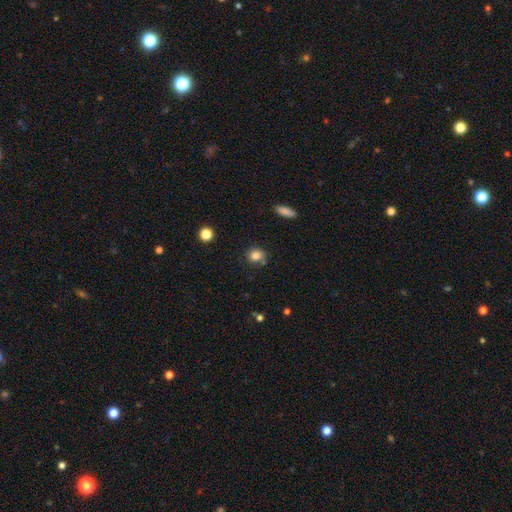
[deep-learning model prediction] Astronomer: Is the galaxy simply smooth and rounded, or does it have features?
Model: smooth — 83%.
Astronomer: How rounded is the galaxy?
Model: round — 70%.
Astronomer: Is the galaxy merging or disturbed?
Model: none — 75%.